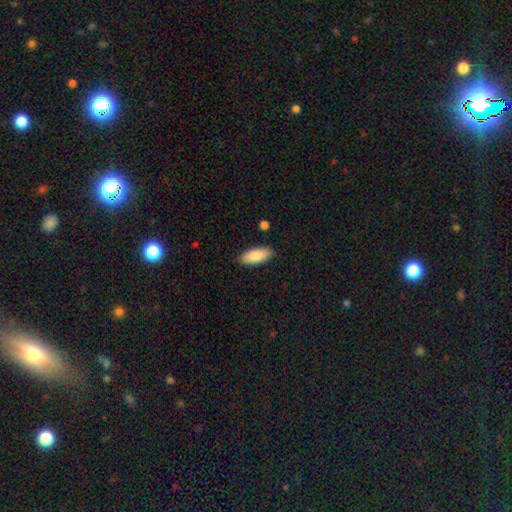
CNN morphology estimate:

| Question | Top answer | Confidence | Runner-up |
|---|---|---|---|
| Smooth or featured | smooth | 86% | featured or disk (8%) |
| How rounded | in between | 81% | cigar-shaped (17%) |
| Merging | none | 87% | minor disturbance (9%) |